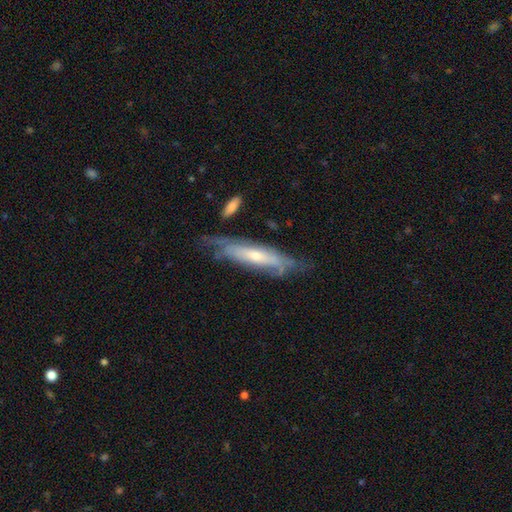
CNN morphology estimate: Overall: featured or disk (71%). Edge-on disk: no (60%; yes 40%). Merging: none (60%; minor disturbance 24%).